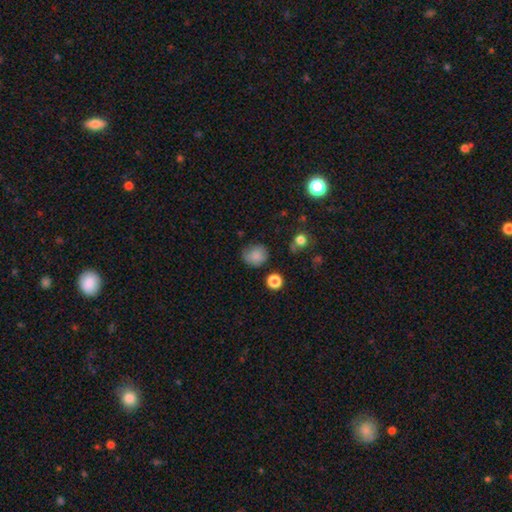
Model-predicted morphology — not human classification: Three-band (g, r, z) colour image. It shows a smooth galaxy with no disk features (81%) that is round (80%). Merging: none (67%).